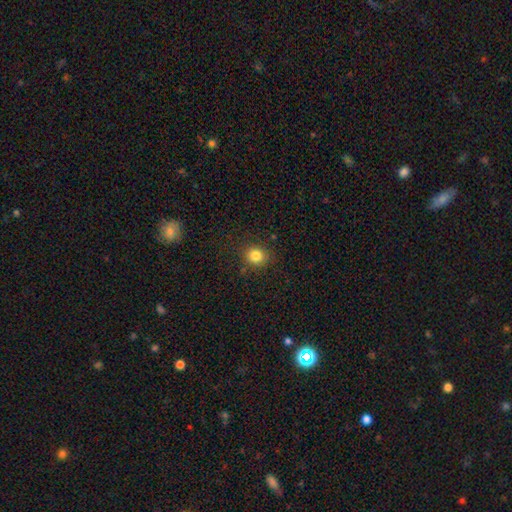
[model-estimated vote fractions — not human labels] This is clearly a smooth galaxy (83%). How rounded: clearly round (84%). Merging: clearly none (86%).